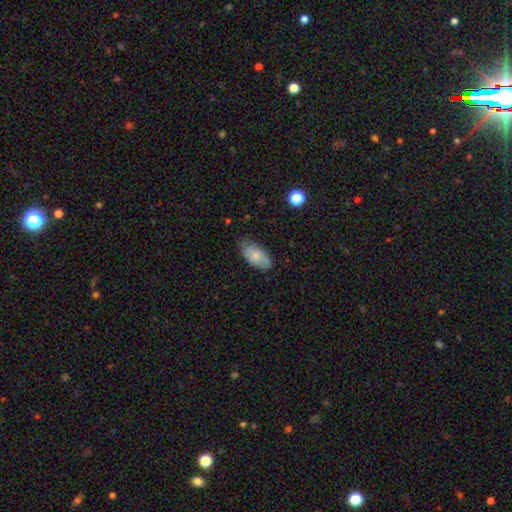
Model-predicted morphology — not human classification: smooth 73%, featured or disk 21%, star or artifact 7%. Down the decision tree: how rounded — in between (93%); merging — none (69%).